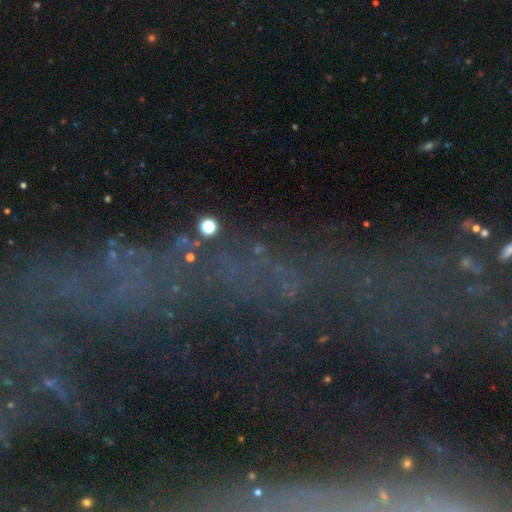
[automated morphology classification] smooth_or_featured: star or artifact (p=0.60) [alt: featured or disk p=0.25]